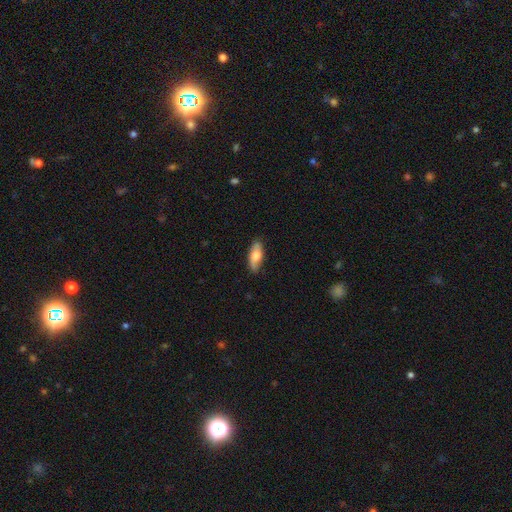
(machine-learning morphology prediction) smooth 65%, featured or disk 29%, star or artifact 6%. Down the decision tree: how rounded — in between (75%); merging — none (84%).